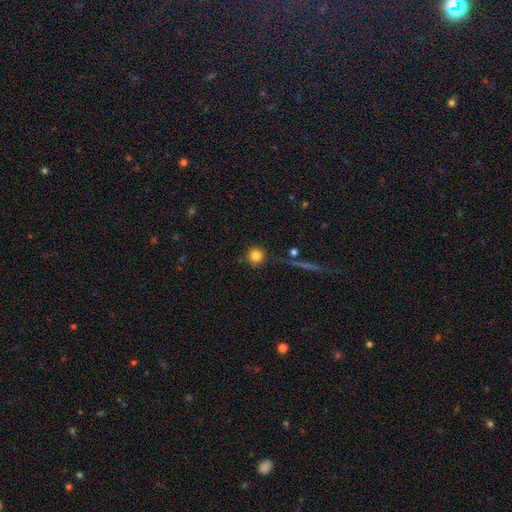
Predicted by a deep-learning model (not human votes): Smooth or featured? Predicted: smooth (p=0.82). How rounded? Predicted: round (p=0.94). Merging? Predicted: none (p=0.85).